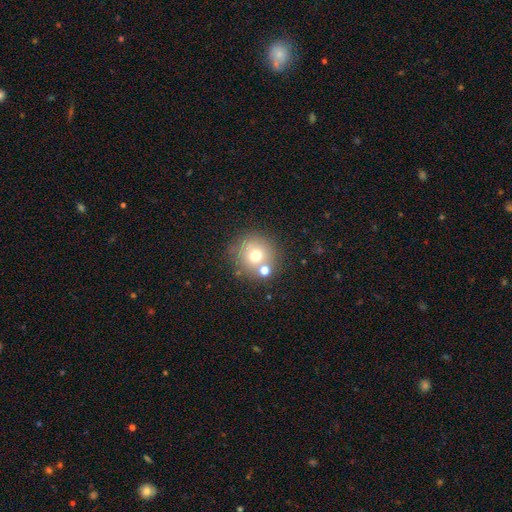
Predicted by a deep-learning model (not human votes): smooth 68%, featured or disk 17%, star or artifact 15%. Down the decision tree: how rounded — round (91%); merging — none (68%).